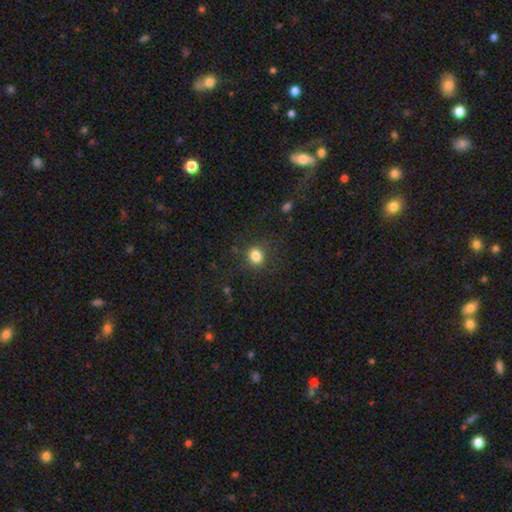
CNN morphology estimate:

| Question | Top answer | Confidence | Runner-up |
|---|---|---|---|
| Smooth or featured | smooth | 83% | star or artifact (12%) |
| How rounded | round | 78% | in between (21%) |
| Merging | none | 84% | minor disturbance (10%) |